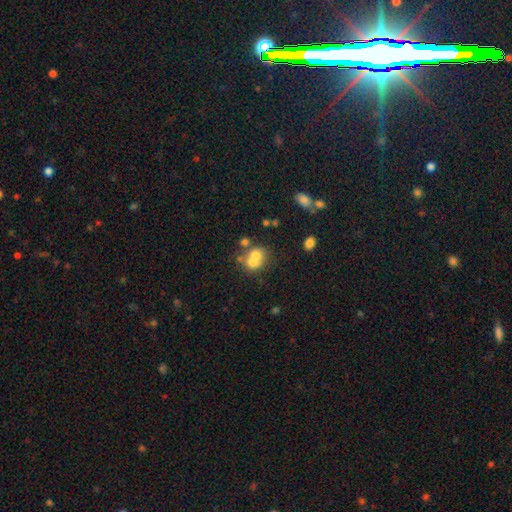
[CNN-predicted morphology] Smooth or featured?
  - smooth: 64% *
  - featured or disk: 24%
  - star or artifact: 13%
How rounded?
  - round: 72% *
  - in between: 27%
  - cigar-shaped: 1%
Merging?
  - merger: 58% *
  - none: 31%
  - minor disturbance: 7%
  - major disturbance: 4%